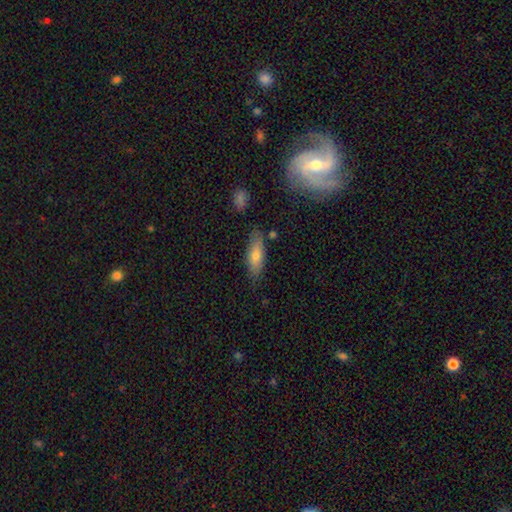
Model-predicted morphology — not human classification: This is likely a smooth galaxy (69%). How rounded: possibly in between (59%). Merging: likely none (78%).